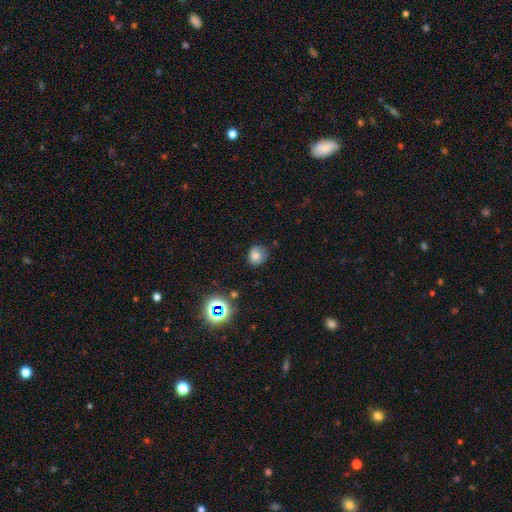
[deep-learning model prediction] Smooth or featured?
  - smooth: 75% *
  - star or artifact: 15%
  - featured or disk: 10%
How rounded?
  - round: 75% *
  - in between: 24%
  - cigar-shaped: 1%
Merging?
  - none: 69% *
  - minor disturbance: 23%
  - major disturbance: 5%
  - merger: 2%